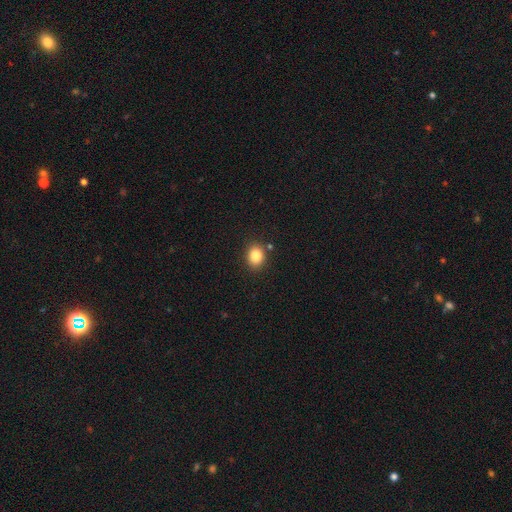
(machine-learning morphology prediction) The model was most divided on "how rounded": round: 56%, in between: 43%, cigar-shaped: 1%. More confident: merging — none (85%); smooth or featured — smooth (85%).